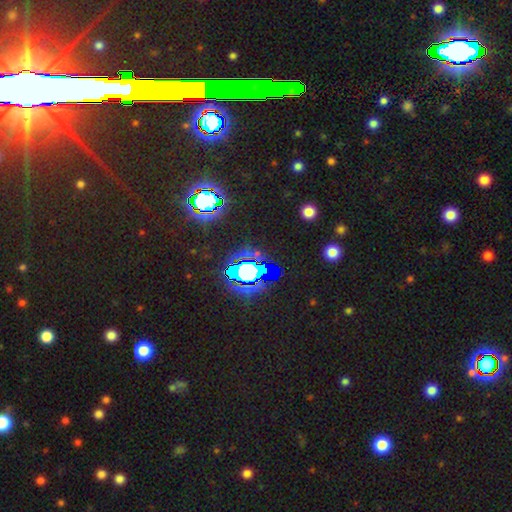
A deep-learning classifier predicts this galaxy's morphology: Smooth or featured: star or artifact — 69% (smooth — 18%)